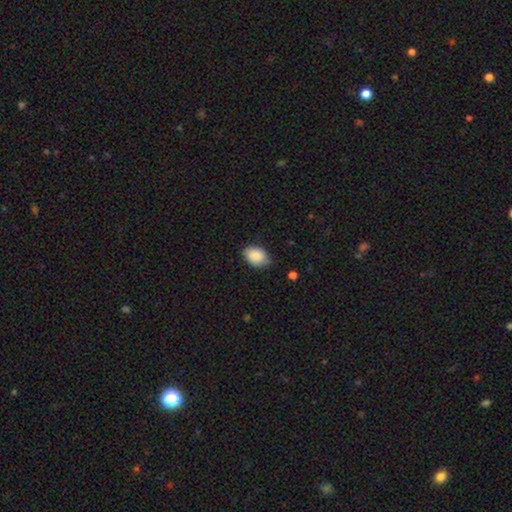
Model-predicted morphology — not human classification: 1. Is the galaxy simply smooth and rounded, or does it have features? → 88% smooth, 7% star or artifact, 5% featured or disk.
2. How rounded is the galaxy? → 83% in between, 16% round, 1% cigar-shaped.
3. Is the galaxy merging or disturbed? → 73% none, 23% minor disturbance, 3% major disturbance, 1% merger.